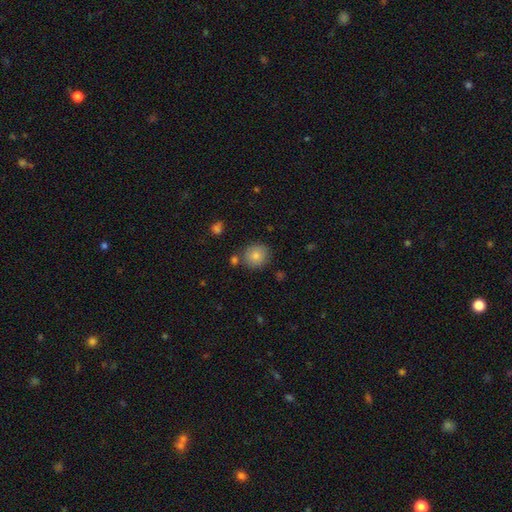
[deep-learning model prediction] This is clearly a smooth galaxy (82%). How rounded: clearly round (84%). Merging: likely none (80%).